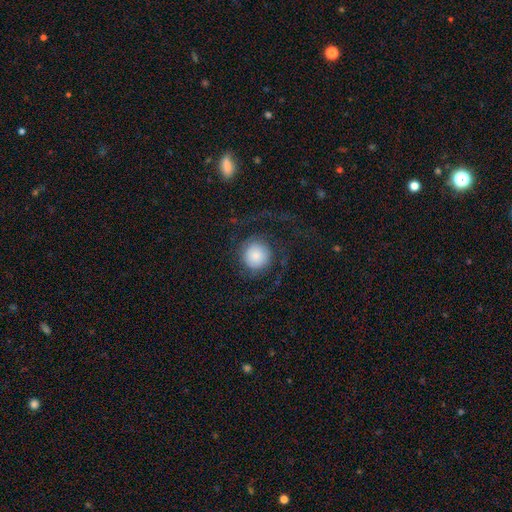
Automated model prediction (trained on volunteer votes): Smooth or featured: smooth — 57% (featured or disk — 34%)
How rounded: round — 93% (in between — 6%)
Merging: none — 66% (major disturbance — 21%)